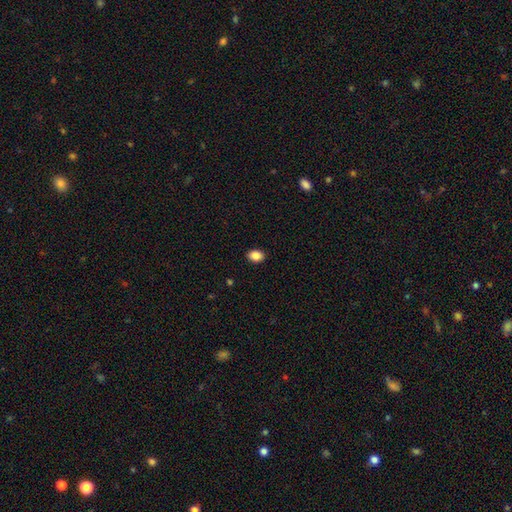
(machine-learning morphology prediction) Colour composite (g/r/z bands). It shows a smooth galaxy with no disk features (87%) that is in between round and cigar-shaped (72%). Merging: none (90%).